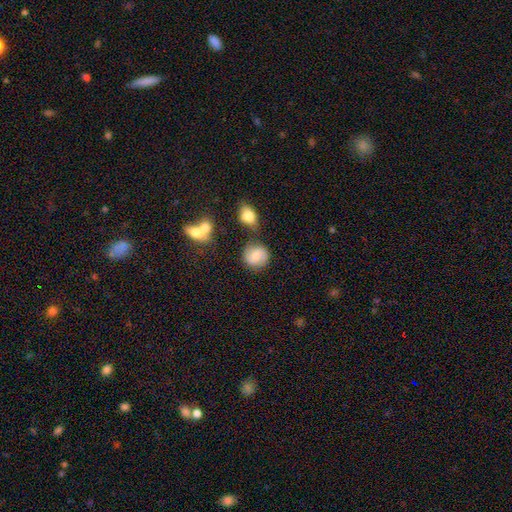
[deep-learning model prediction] Overall: smooth (63%; featured or disk 28%). How rounded: round (82%). Merging: none (70%).